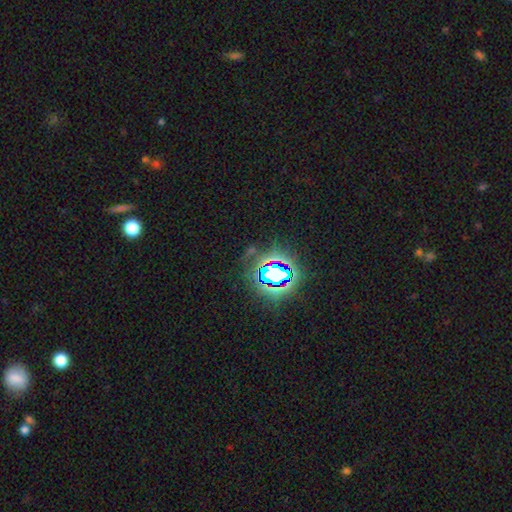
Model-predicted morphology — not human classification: smooth_or_featured: star or artifact (p=0.79) [alt: smooth p=0.14]